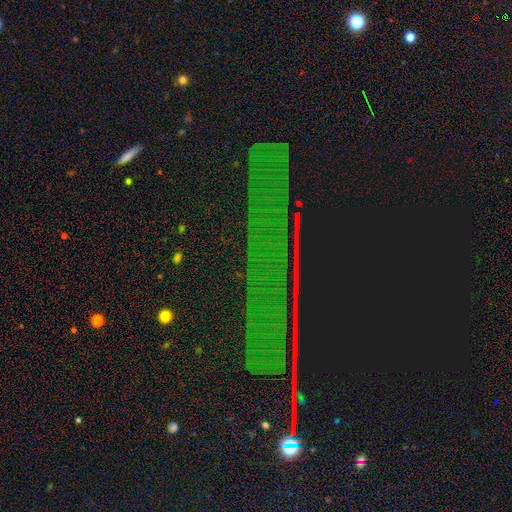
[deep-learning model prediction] A star or artifact, not a galaxy (83%).

Vote fractions:
- Smooth or featured? star or artifact: 83% / featured or disk: 9% / smooth: 8%